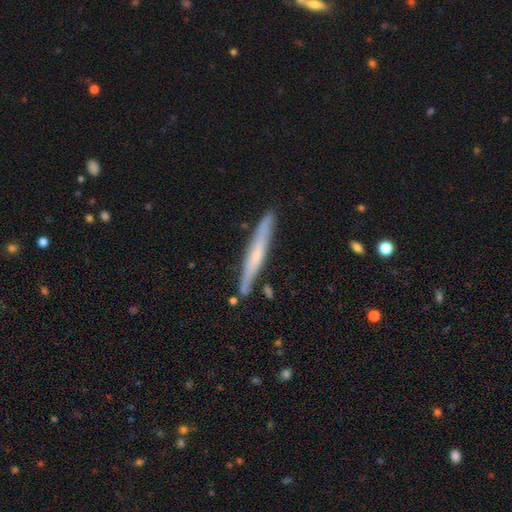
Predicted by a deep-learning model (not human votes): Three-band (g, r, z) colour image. It shows a featured or disk galaxy (55%) viewed edge-on (93%) with no central bulge (48%). Merging: none (85%).